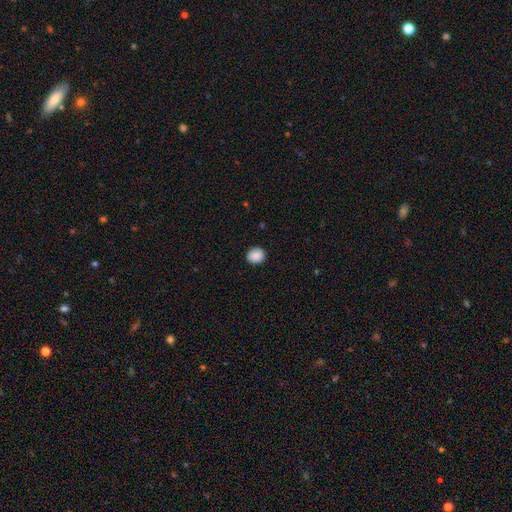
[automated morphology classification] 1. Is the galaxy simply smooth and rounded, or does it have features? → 88% smooth, 8% star or artifact, 4% featured or disk.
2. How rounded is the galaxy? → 76% round, 24% in between, 1% cigar-shaped.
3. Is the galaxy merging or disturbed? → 88% none, 9% minor disturbance, 2% major disturbance, 1% merger.